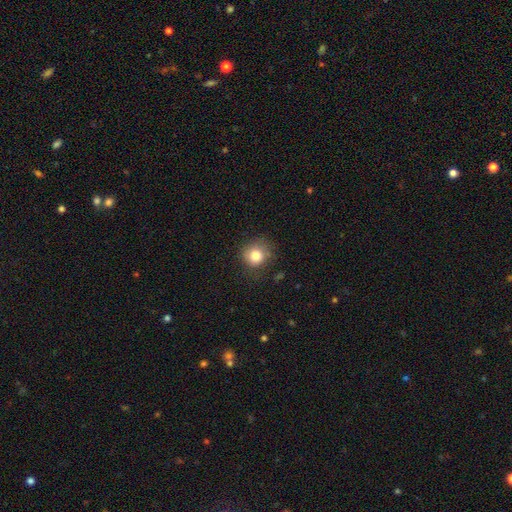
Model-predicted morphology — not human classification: type=smooth (82%); roundness=round (84%); merging=none (72%).